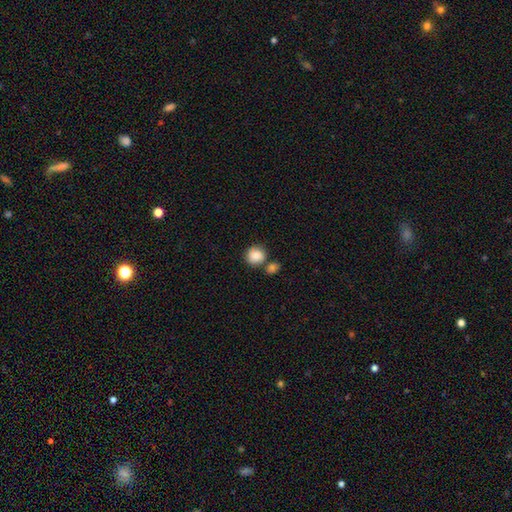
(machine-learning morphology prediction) Q: Smooth or featured?
A: smooth (87%); runner-up: star or artifact (7%)
Q: How rounded?
A: round (84%); runner-up: in between (15%)
Q: Merging?
A: none (59%); runner-up: merger (25%)